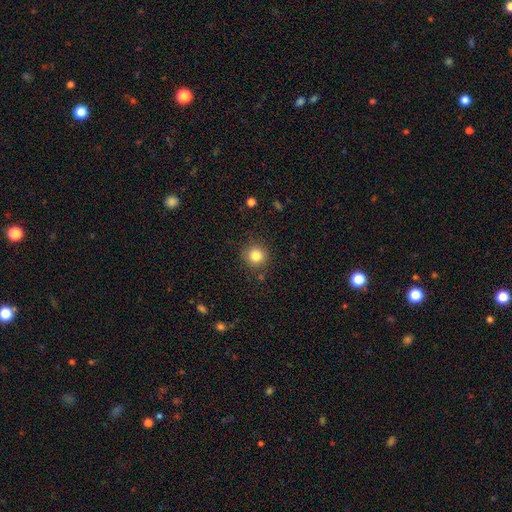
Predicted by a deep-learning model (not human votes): smooth 82%, star or artifact 12%, featured or disk 6%. Down the decision tree: how rounded — round (93%); merging — none (87%).